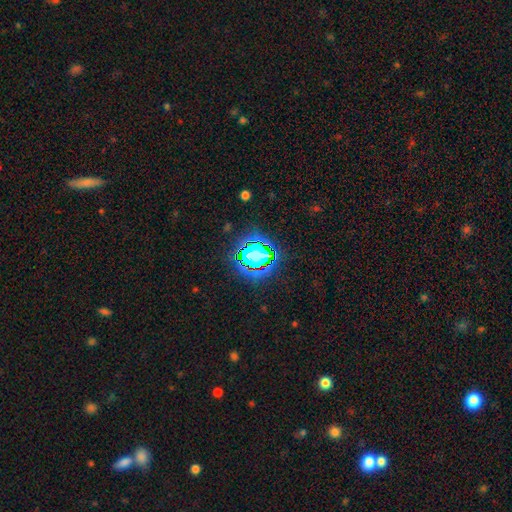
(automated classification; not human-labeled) Smooth or featured?
  - star or artifact: 59% *
  - smooth: 28%
  - featured or disk: 13%